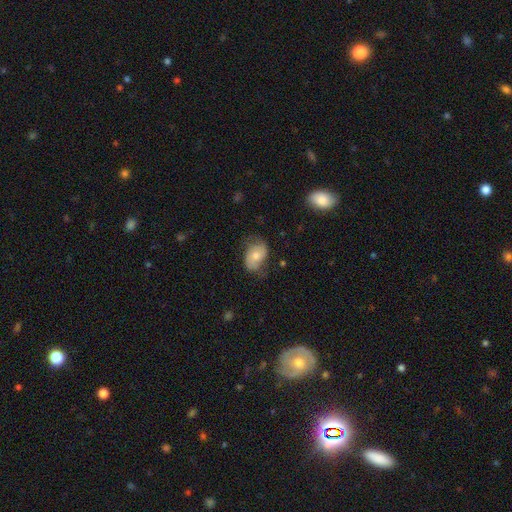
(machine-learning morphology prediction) Smooth or featured? smooth (56%)
How rounded? in between (83%)
Merging? none (59%)